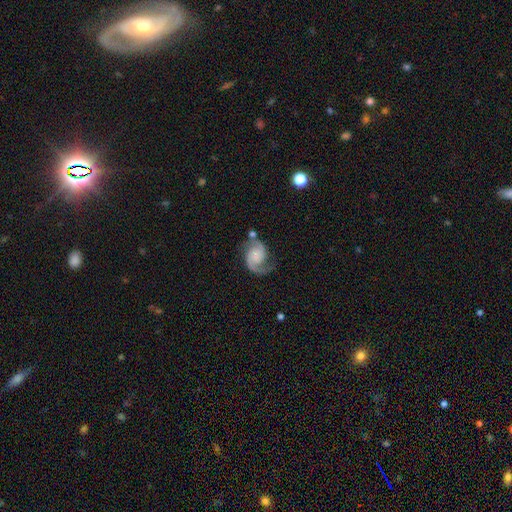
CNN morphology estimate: Smooth or featured?
  - featured or disk: 87% *
  - smooth: 7%
  - star or artifact: 5%
Edge-on disk?
  - no: 98% *
  - yes: 2%
Bar?
  - no: 67% *
  - weak: 27%
  - strong: 6%
Spiral arms?
  - yes: 98% *
  - no: 2%
Spiral winding?
  - medium: 52% *
  - loose: 29%
  - tight: 19%
Spiral arm count?
  - 2: 91% *
  - 1: 5%
  - can't tell: 2%
  - 3: 1%
  - 4: 1%
  - more than 4: 1%
Bulge size?
  - none: 49% *
  - small: 21%
  - moderate: 15%
  - large: 11%
  - dominant: 4%
Merging?
  - none: 65% *
  - minor disturbance: 19%
  - major disturbance: 10%
  - merger: 5%